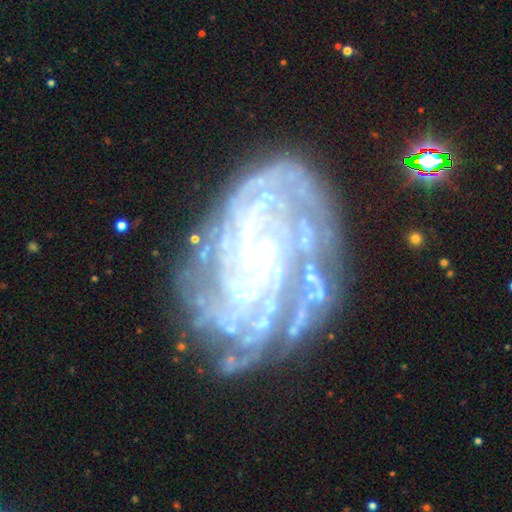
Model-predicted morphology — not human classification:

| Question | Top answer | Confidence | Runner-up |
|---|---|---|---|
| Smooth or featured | featured or disk | 88% | star or artifact (7%) |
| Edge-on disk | no | 97% | yes (3%) |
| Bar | no | 52% | weak (34%) |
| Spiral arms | yes | 95% | no (5%) |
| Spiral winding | tight | 71% | medium (23%) |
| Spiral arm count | can't tell | 31% | more than 4 (23%) |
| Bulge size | small | 47% | moderate (38%) |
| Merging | none | 68% | minor disturbance (19%) |